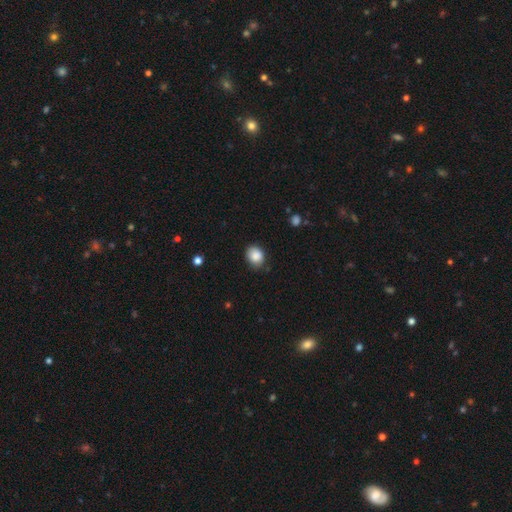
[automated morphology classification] This appears to be a smooth galaxy with no disk features (87%) that is round (60%). Merging: none (77%).